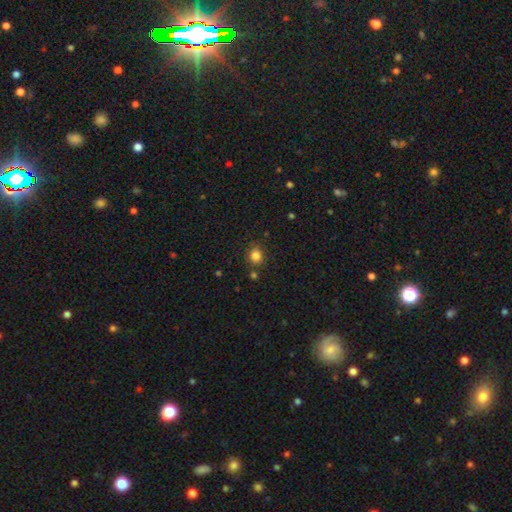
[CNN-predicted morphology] This is clearly a smooth galaxy (83%). How rounded: likely round (69%). Merging: clearly none (80%).